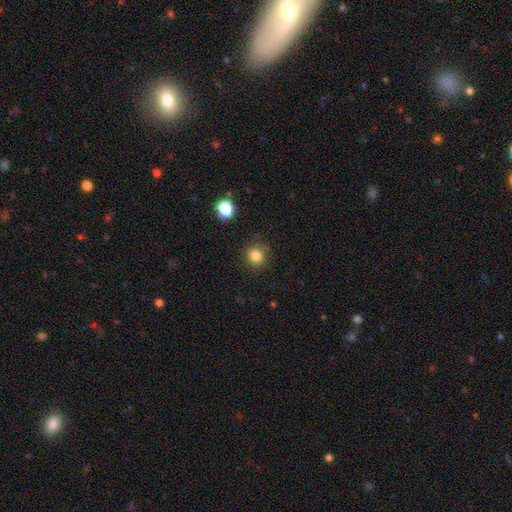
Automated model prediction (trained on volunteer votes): This is clearly a smooth galaxy (83%). How rounded: clearly round (92%). Merging: clearly none (86%).